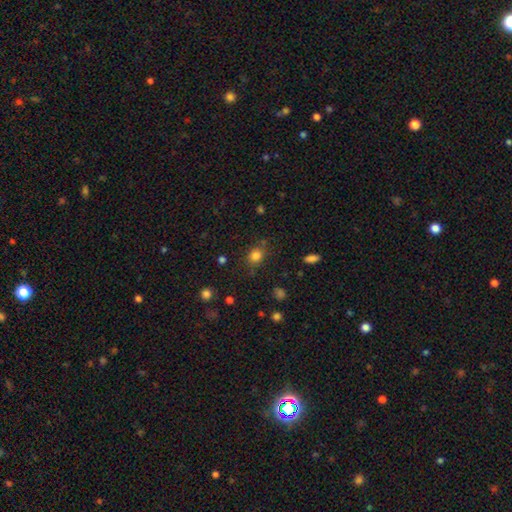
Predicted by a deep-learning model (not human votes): Smooth or featured: smooth — 82% (star or artifact — 13%)
How rounded: round — 73% (in between — 26%)
Merging: none — 76% (minor disturbance — 15%)